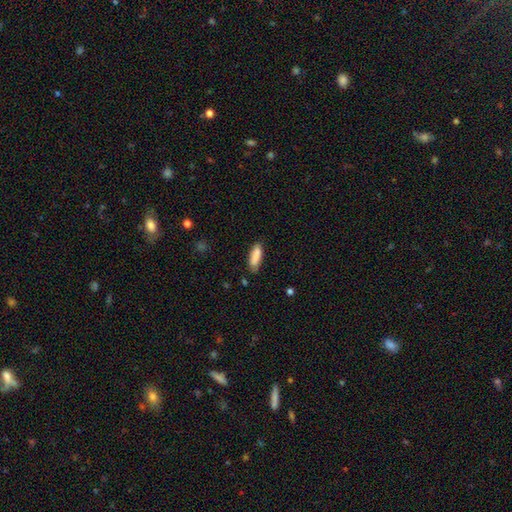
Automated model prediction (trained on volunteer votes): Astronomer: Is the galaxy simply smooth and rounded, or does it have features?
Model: smooth — 87%.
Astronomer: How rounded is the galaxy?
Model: in between — 55% (runner-up: cigar-shaped, 43%).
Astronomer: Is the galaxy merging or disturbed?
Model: none — 76%.